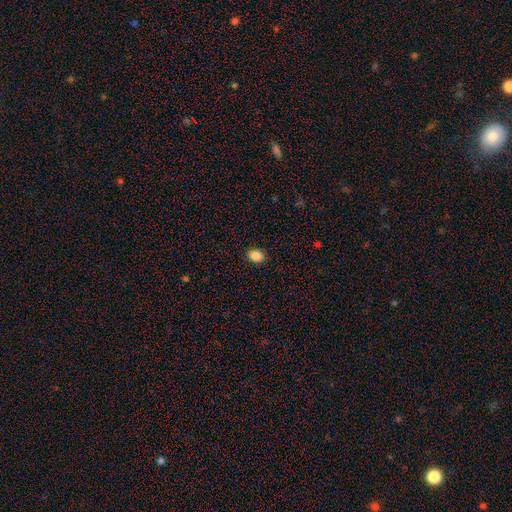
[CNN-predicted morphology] type=smooth (88%); roundness=in between (66%); merging=none (90%).